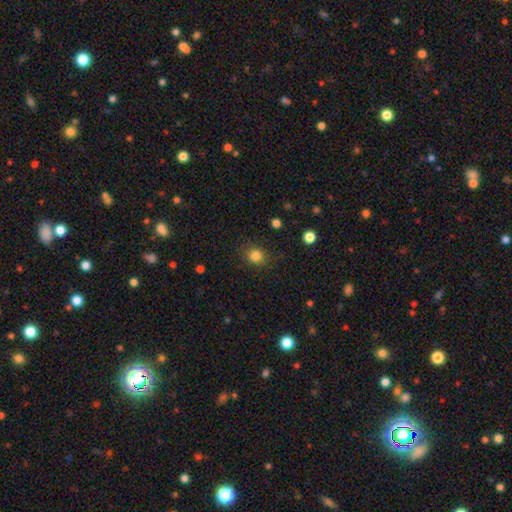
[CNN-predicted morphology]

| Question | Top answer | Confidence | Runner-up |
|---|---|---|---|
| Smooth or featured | smooth | 82% | star or artifact (12%) |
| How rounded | round | 76% | in between (23%) |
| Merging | none | 84% | minor disturbance (11%) |